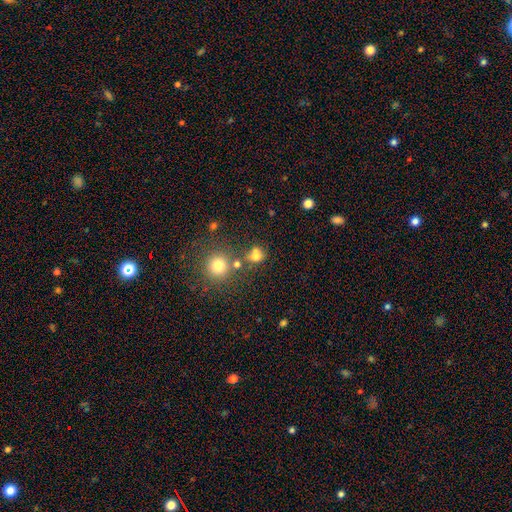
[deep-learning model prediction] A smooth galaxy with no disk features (71%) that is round (69%). Merging: none (48%).